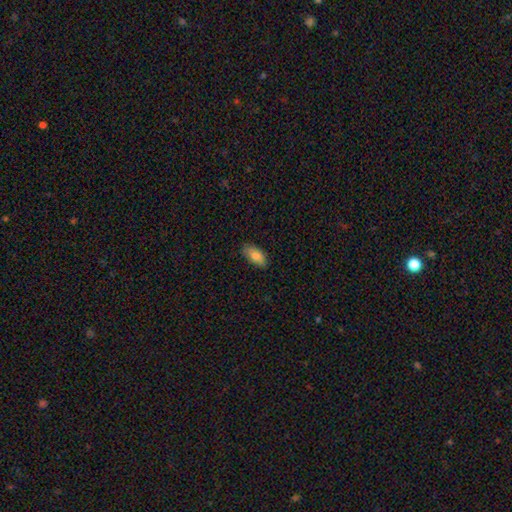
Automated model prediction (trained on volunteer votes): Q: Smooth or featured?
A: smooth (81%); runner-up: featured or disk (12%)
Q: How rounded?
A: in between (91%); runner-up: cigar-shaped (6%)
Q: Merging?
A: none (81%); runner-up: minor disturbance (15%)